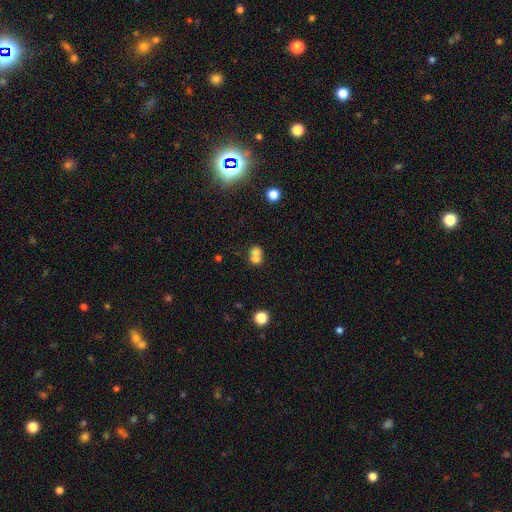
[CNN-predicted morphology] type=smooth (69%); roundness=round (68%); merging=merger (64%).